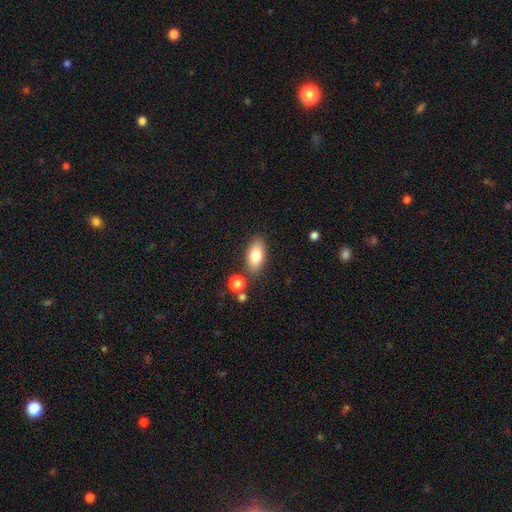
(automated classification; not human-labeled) The model was most divided on "smooth or featured": smooth: 79%, featured or disk: 13%, star or artifact: 8%. More confident: how rounded — in between (88%); merging — none (81%).